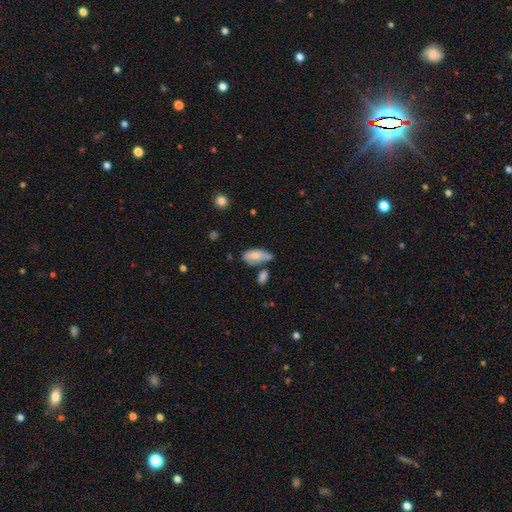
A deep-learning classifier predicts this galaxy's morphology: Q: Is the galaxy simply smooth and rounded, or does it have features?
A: smooth — 74%.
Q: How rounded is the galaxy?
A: in between — 89%.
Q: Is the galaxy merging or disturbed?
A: none — 41%.